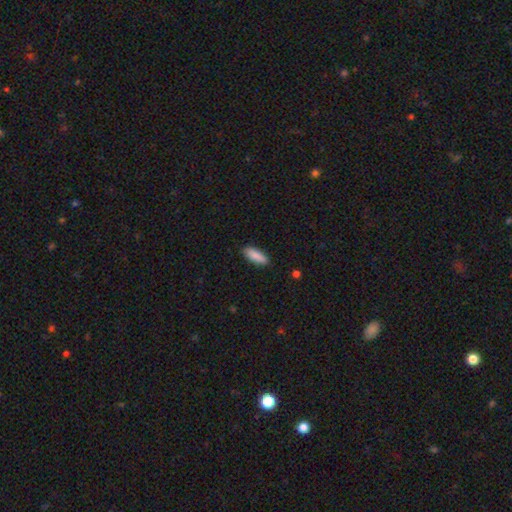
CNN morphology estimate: Q: Smooth or featured?
A: smooth (88%); runner-up: star or artifact (6%)
Q: How rounded?
A: in between (63%); runner-up: cigar-shaped (35%)
Q: Merging?
A: none (88%); runner-up: minor disturbance (9%)